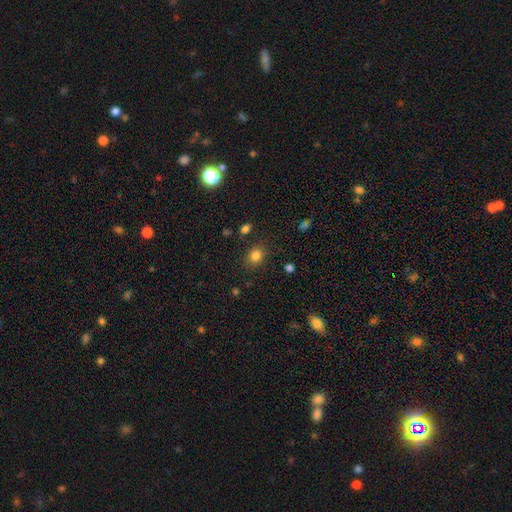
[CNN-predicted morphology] smooth 82%, star or artifact 13%, featured or disk 6%. Down the decision tree: how rounded — round (62%); merging — none (83%).